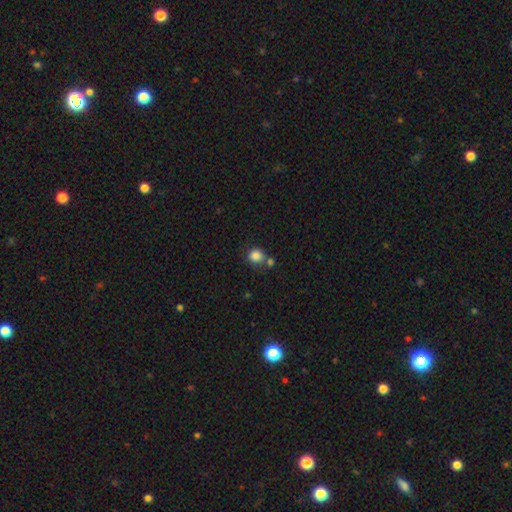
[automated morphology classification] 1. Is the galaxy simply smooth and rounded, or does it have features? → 85% smooth, 10% star or artifact, 5% featured or disk.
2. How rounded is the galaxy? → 83% round, 16% in between, 1% cigar-shaped.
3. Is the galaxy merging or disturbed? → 64% none, 21% merger, 11% minor disturbance, 4% major disturbance.